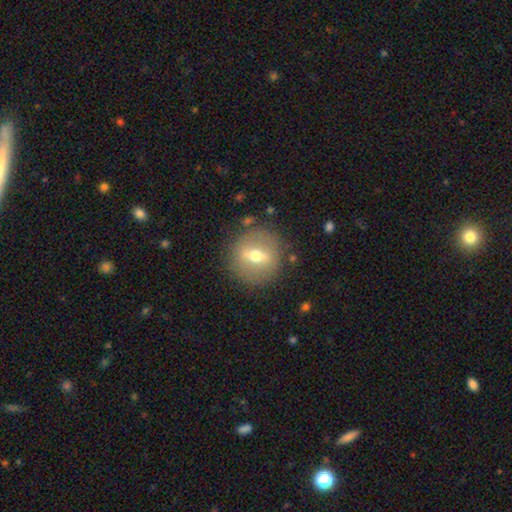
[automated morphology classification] Overall: featured or disk (52%; smooth 39%). Edge-on disk: no (73%). Merging: none (85%).